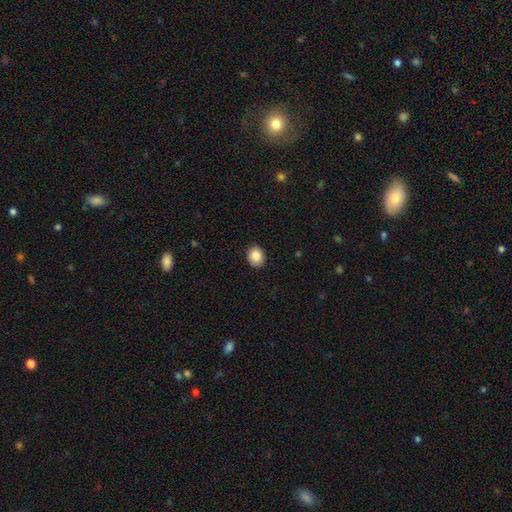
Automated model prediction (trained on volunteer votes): The model was most divided on "how rounded": round: 57%, in between: 42%, cigar-shaped: 1%. More confident: smooth or featured — smooth (88%); merging — none (86%).